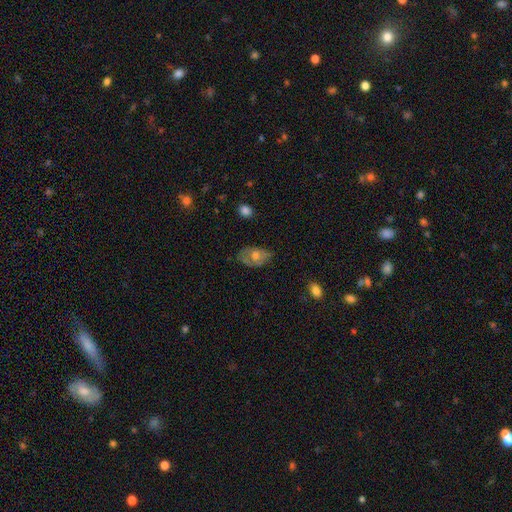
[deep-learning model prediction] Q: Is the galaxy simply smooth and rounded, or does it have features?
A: smooth — 49%.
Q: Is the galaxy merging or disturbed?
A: none — 63%.